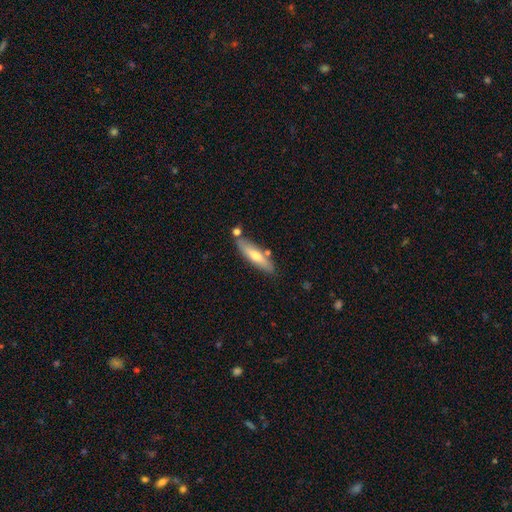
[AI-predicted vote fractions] This appears to be a smooth galaxy with no disk features (58%) that is cigar-shaped (71%). Merging: none (76%).